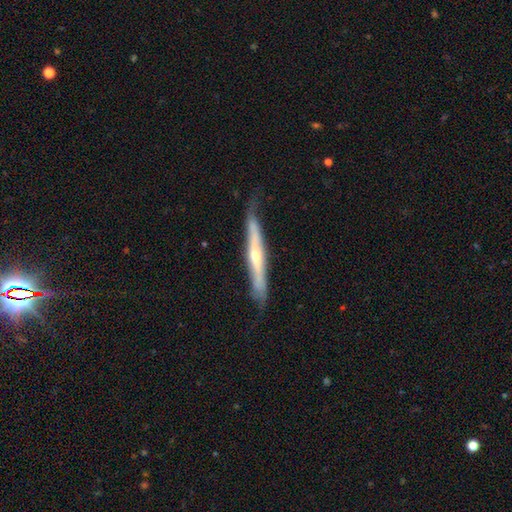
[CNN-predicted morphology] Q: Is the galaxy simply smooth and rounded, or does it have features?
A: featured or disk — 68%.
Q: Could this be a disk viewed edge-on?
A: yes — 89%.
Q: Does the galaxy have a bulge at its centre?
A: rounded — 72%.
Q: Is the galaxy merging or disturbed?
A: none — 71%.